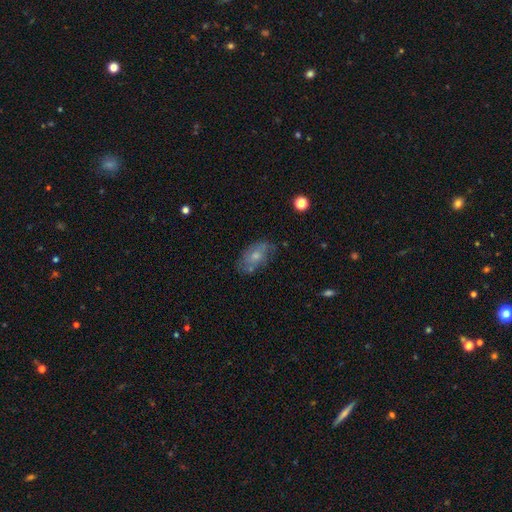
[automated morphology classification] Smooth or featured? Predicted: smooth (p=0.59). How rounded? Predicted: in between (p=0.89). Merging? Predicted: none (p=0.63).